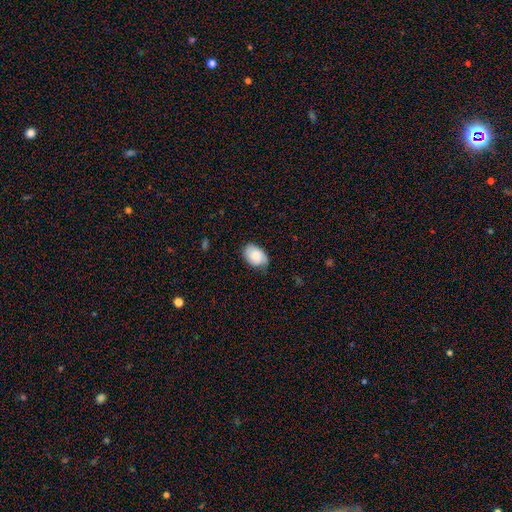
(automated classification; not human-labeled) Q: Smooth or featured?
A: smooth (69%); runner-up: featured or disk (23%)
Q: How rounded?
A: in between (85%); runner-up: round (14%)
Q: Merging?
A: none (69%); runner-up: minor disturbance (25%)